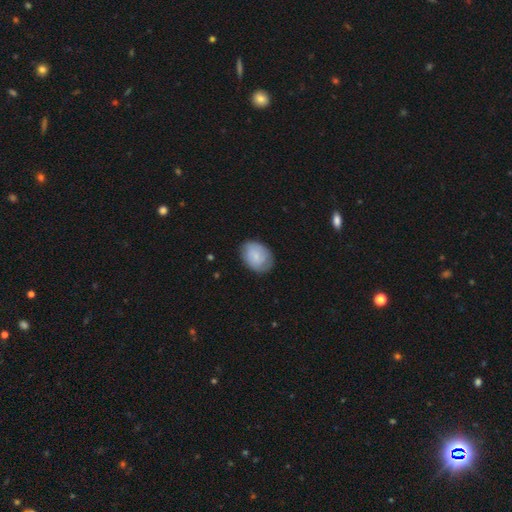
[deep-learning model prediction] Q: Smooth or featured?
A: smooth (70%); runner-up: featured or disk (23%)
Q: How rounded?
A: in between (73%); runner-up: round (26%)
Q: Merging?
A: none (78%); runner-up: minor disturbance (17%)